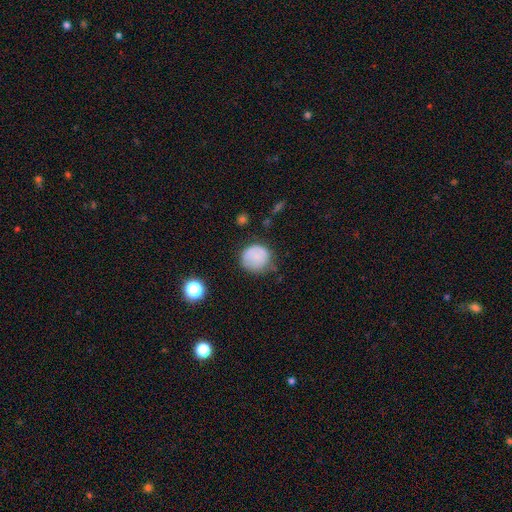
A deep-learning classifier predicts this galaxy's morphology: This is likely a smooth galaxy (80%). How rounded: clearly round (89%). Merging: likely none (65%).